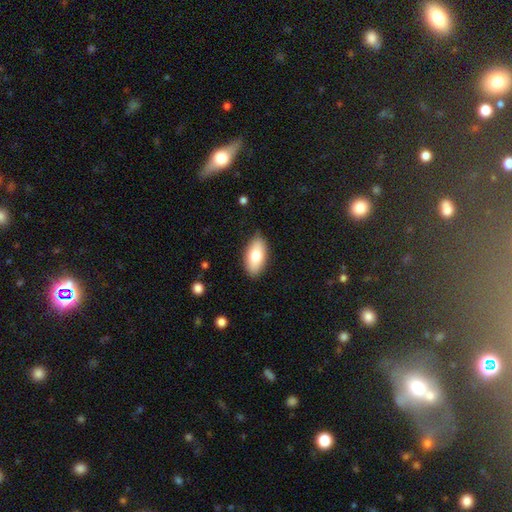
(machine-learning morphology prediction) The model was most divided on "smooth or featured": smooth: 76%, featured or disk: 17%, star or artifact: 6%. More confident: how rounded — in between (92%); merging — none (85%).